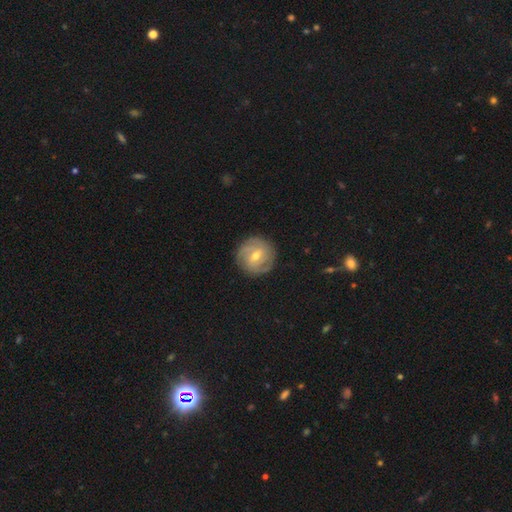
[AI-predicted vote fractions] The model was most divided on "spiral arm count": 2: 37%, can't tell: 32%, 3: 16%, 4: 6%, 1: 5%, more than 4: 4%. More confident: edge-on disk — no (97%); merging — none (85%); spiral arms — yes (85%); smooth or featured — featured or disk (70%); spiral winding — tight (59%); bulge size — moderate (57%); bar — weak (54%).